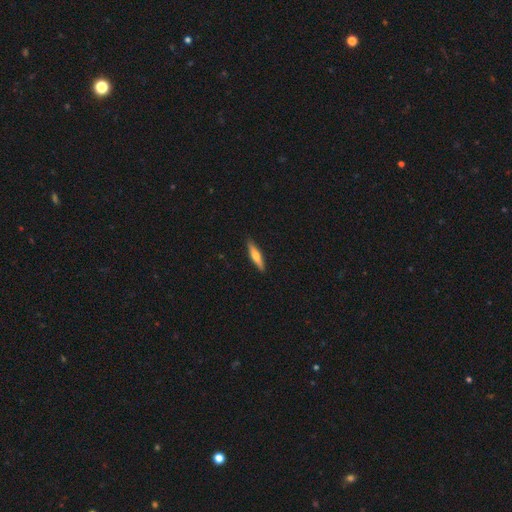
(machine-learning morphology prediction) A smooth galaxy with no disk features (53%) that is cigar-shaped (82%). Merging: none (90%).